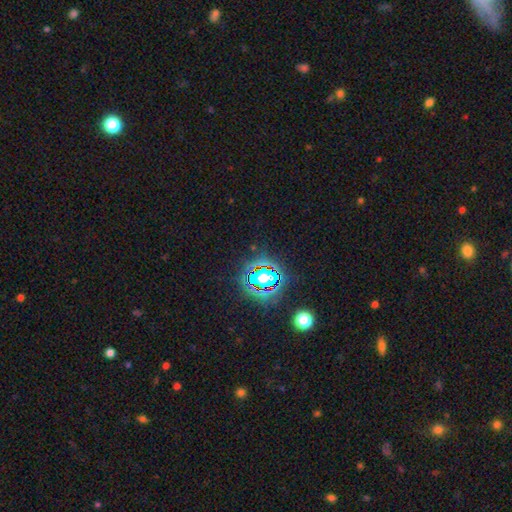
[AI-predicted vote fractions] A star or artifact, not a galaxy (81%).

Vote fractions:
- Smooth or featured? star or artifact: 81% / smooth: 11% / featured or disk: 7%